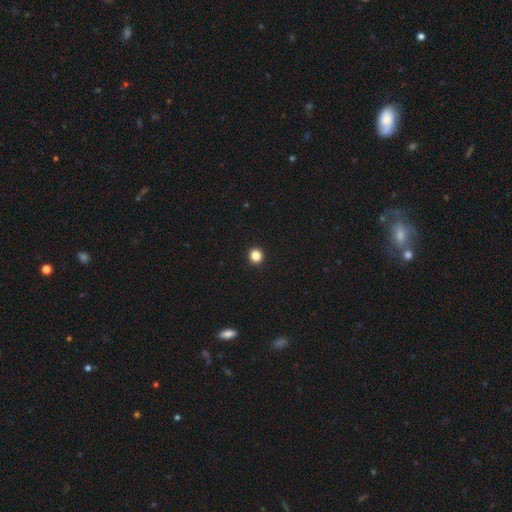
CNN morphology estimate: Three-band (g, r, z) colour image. It shows a smooth galaxy with no disk features (85%) that is round (94%). Merging: none (94%).